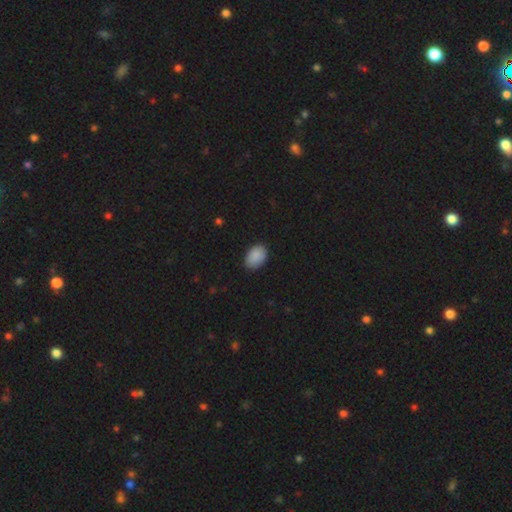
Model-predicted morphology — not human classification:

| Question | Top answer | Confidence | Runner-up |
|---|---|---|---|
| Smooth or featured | smooth | 89% | star or artifact (7%) |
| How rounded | in between | 85% | round (14%) |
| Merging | none | 83% | minor disturbance (14%) |